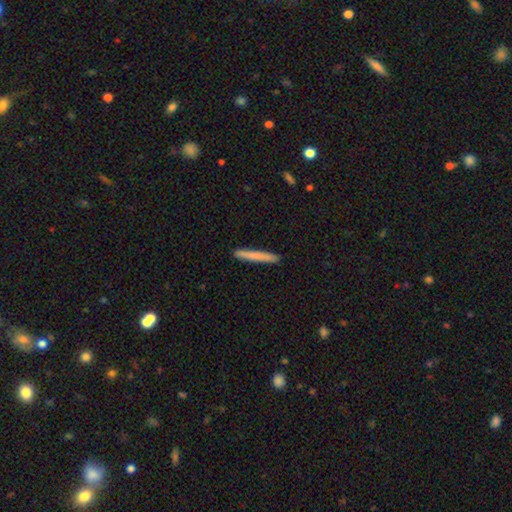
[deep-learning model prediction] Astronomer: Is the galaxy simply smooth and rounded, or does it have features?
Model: smooth — 74%.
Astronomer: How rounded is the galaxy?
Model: cigar-shaped — 97%.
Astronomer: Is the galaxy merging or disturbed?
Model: none — 92%.